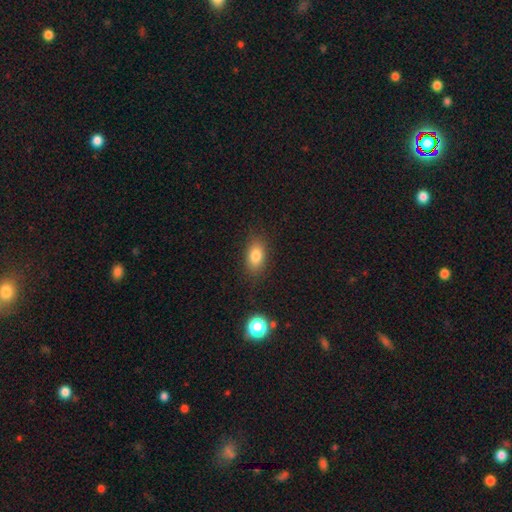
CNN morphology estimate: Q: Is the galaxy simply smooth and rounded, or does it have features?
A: smooth — 80%.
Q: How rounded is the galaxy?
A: in between — 84%.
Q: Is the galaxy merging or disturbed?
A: none — 84%.